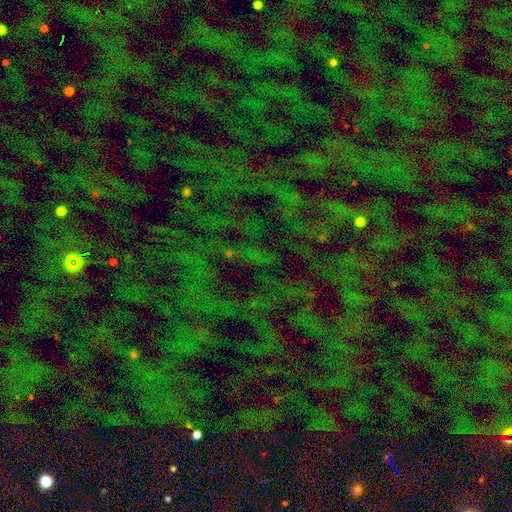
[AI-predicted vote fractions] The model was most divided on "smooth or featured": star or artifact: 75%, smooth: 15%, featured or disk: 10%.